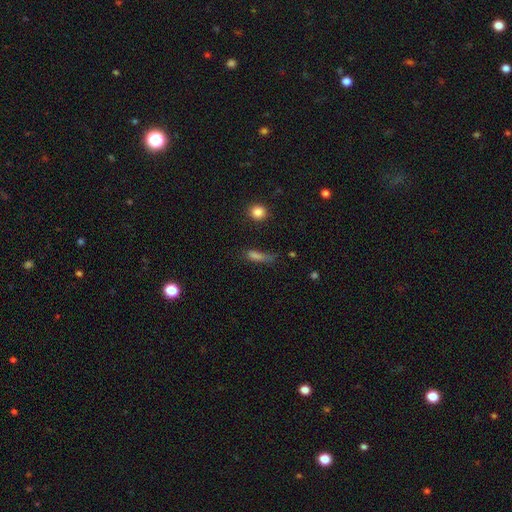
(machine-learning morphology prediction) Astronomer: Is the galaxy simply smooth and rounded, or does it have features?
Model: smooth — 64%.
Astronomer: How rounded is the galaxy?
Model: cigar-shaped — 60%.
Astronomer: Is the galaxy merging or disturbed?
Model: none — 52%.